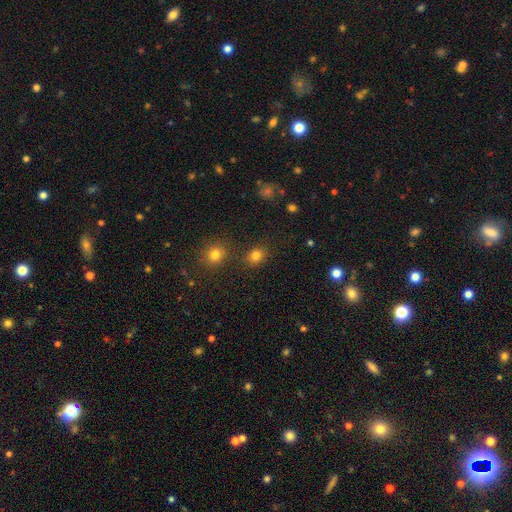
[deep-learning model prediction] Morphology: type=smooth (81%); roundness=round (65%); merging=none (80%).